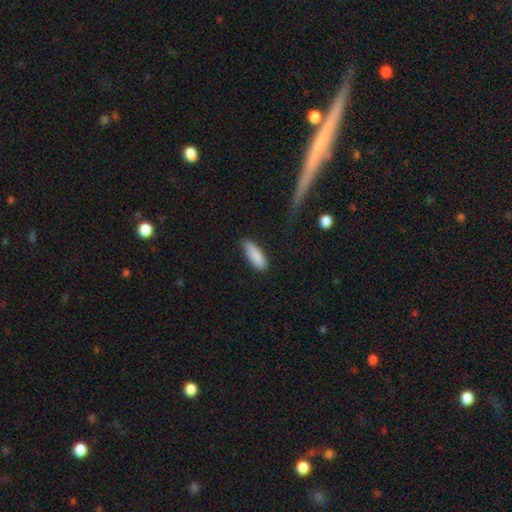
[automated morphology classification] Smooth or featured? Predicted: smooth (p=0.88). How rounded? Predicted: in between (p=0.62). Merging? Predicted: none (p=0.69).